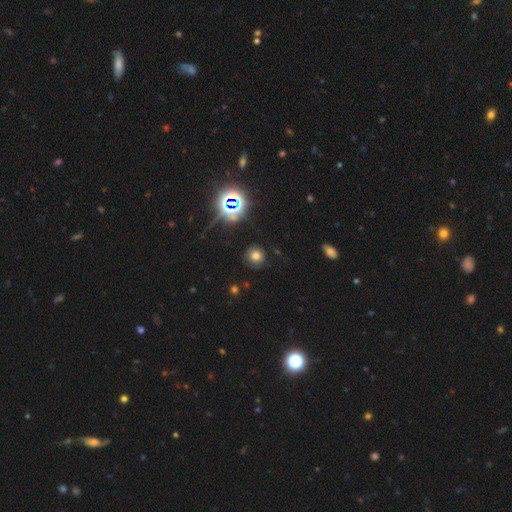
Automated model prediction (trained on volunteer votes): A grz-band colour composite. It shows a smooth galaxy with no disk features (65%) that is round (90%). Merging: none (83%).